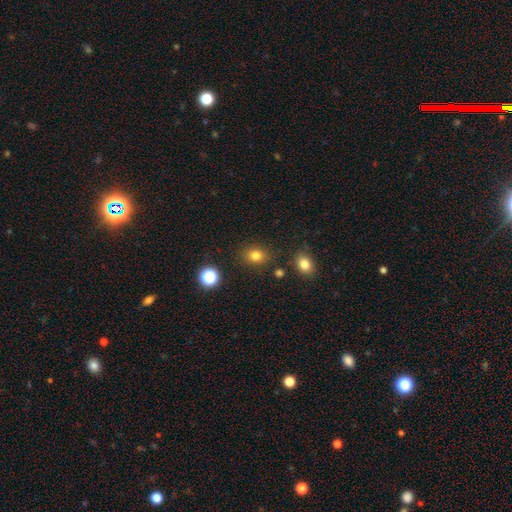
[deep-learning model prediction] This appears to be a smooth galaxy with no disk features (80%) that is round (60%). Merging: none (84%).